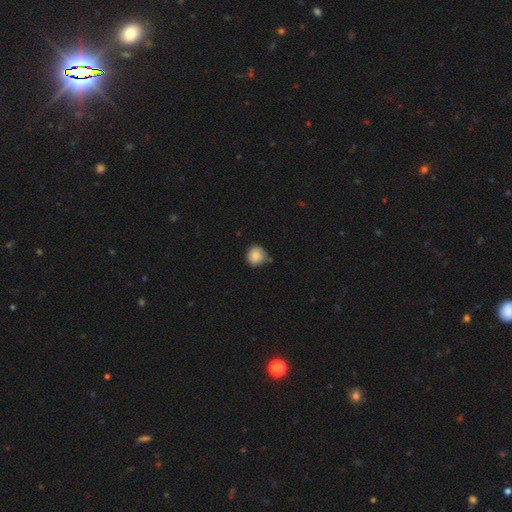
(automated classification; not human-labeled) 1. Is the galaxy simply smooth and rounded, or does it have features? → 84% smooth, 8% star or artifact, 7% featured or disk.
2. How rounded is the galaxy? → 90% round, 9% in between, 1% cigar-shaped.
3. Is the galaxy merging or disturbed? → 67% none, 25% minor disturbance, 5% merger, 4% major disturbance.